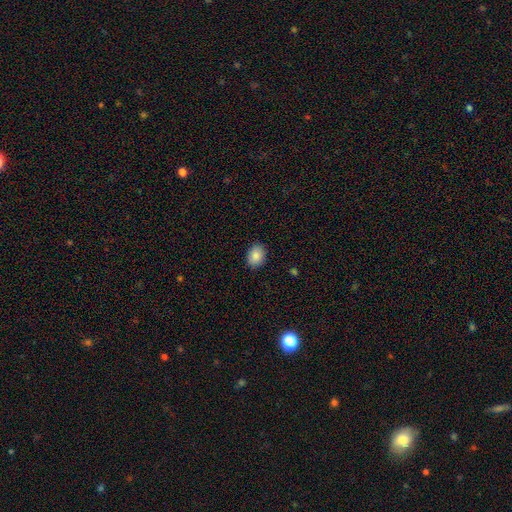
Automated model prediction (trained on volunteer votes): A smooth galaxy with no disk features (87%) that is in between round and cigar-shaped (66%).

Vote fractions:
- Smooth or featured? smooth: 87% / star or artifact: 8% / featured or disk: 5%
- How rounded? in between: 66% / round: 33% / cigar-shaped: 1%
- Merging? none: 88% / minor disturbance: 9% / major disturbance: 2% / merger: 1%